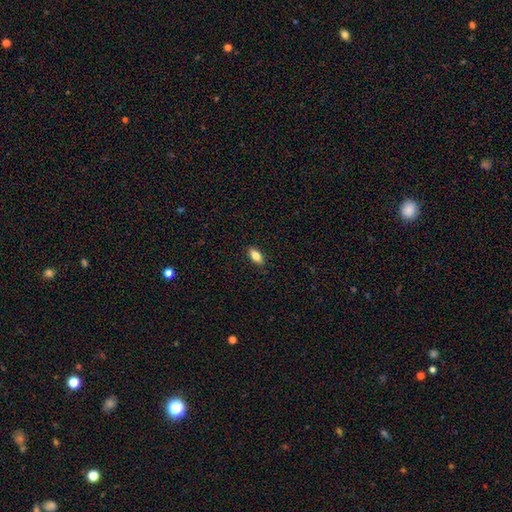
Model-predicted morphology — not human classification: type=smooth (79%); roundness=in between (86%); merging=none (89%).